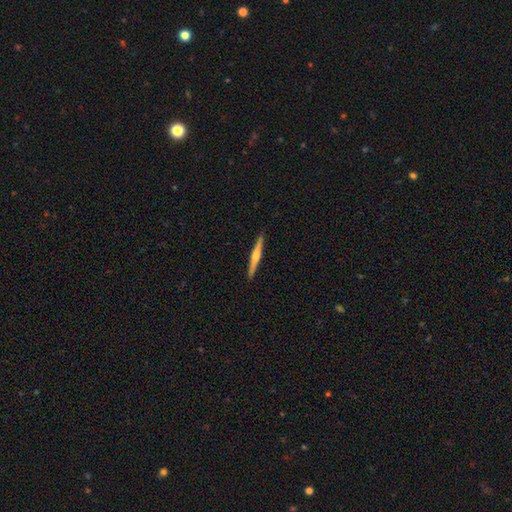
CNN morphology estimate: Overall: featured or disk (60%; smooth 35%). Edge-on disk: yes (98%). Edge-on bulge: rounded (77%). Merging: none (92%).